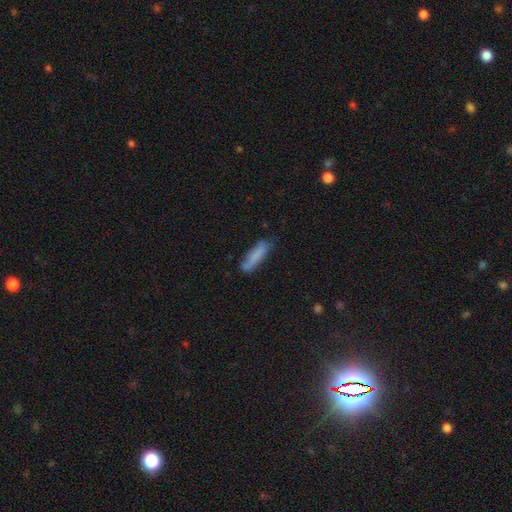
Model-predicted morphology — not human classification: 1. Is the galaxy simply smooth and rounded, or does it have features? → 78% smooth, 15% featured or disk, 7% star or artifact.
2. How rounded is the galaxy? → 73% cigar-shaped, 25% in between, 2% round.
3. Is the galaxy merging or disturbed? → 64% none, 26% minor disturbance, 7% major disturbance, 4% merger.